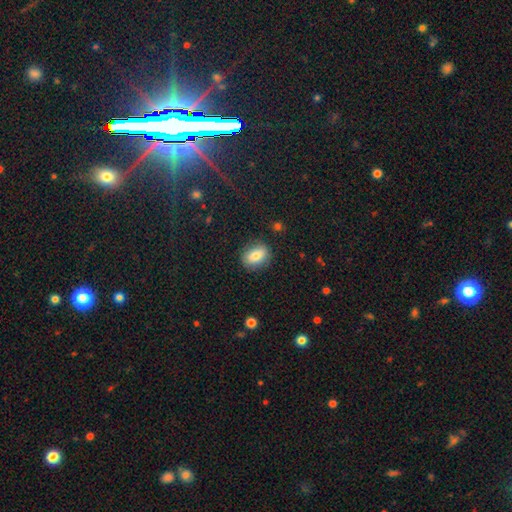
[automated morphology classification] Smooth or featured? Predicted: smooth (p=0.81). How rounded? Predicted: in between (p=0.73). Merging? Predicted: none (p=0.83).